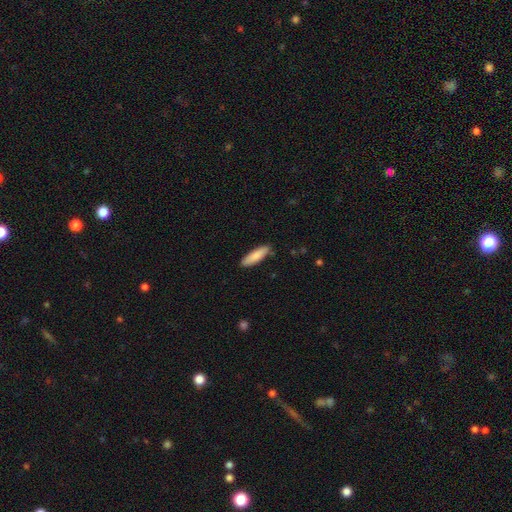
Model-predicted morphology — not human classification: Smooth or featured?
  - smooth: 84% *
  - featured or disk: 11%
  - star or artifact: 5%
How rounded?
  - cigar-shaped: 61% *
  - in between: 37%
  - round: 1%
Merging?
  - none: 87% *
  - minor disturbance: 10%
  - major disturbance: 2%
  - merger: 1%